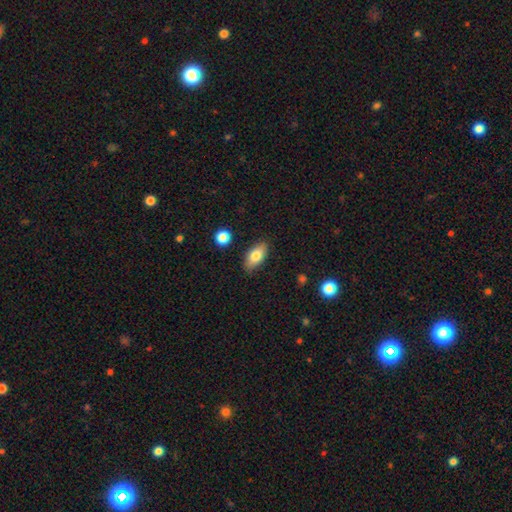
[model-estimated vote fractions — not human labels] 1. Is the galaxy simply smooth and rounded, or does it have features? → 79% smooth, 14% featured or disk, 7% star or artifact.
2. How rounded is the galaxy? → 89% in between, 7% cigar-shaped, 4% round.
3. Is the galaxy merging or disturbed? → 86% none, 10% minor disturbance, 2% major disturbance, 2% merger.